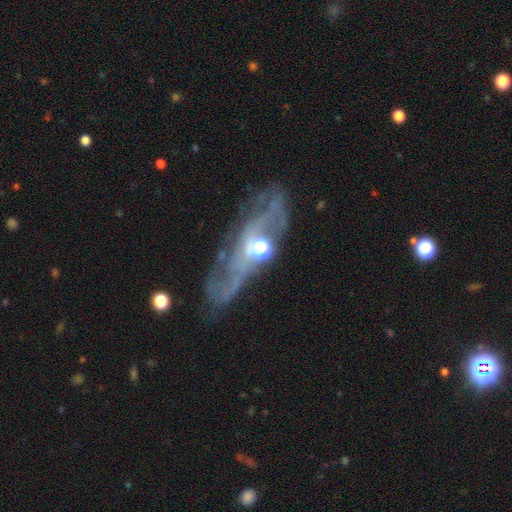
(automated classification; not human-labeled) This appears to be a featured or disk galaxy (82%) with no bar (61%), 2 (49%) medium (41%) spiral arms (82%) and a moderate central bulge (68%). Merging: none (64%).